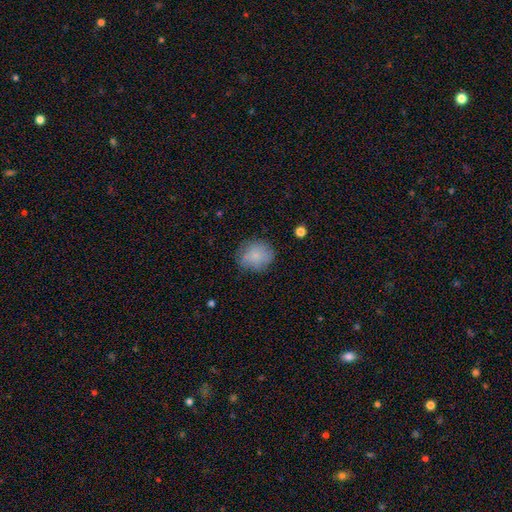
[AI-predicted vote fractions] smooth 80%, featured or disk 12%, star or artifact 8%. Down the decision tree: how rounded — round (76%); merging — none (75%).